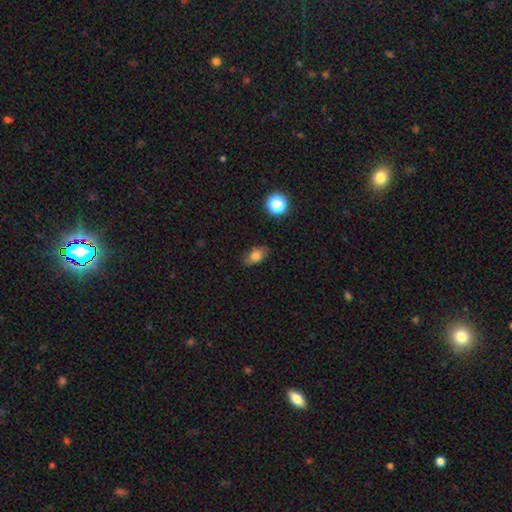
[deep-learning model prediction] Q: Smooth or featured?
A: smooth (77%); runner-up: featured or disk (12%)
Q: How rounded?
A: in between (84%); runner-up: round (13%)
Q: Merging?
A: none (80%); runner-up: minor disturbance (15%)